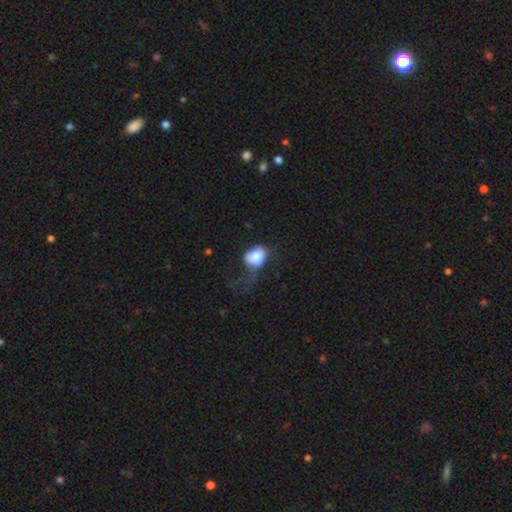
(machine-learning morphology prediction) This appears to be a smooth galaxy with no disk features (79%) that is in between round and cigar-shaped (61%). Merging: major disturbance (48%).